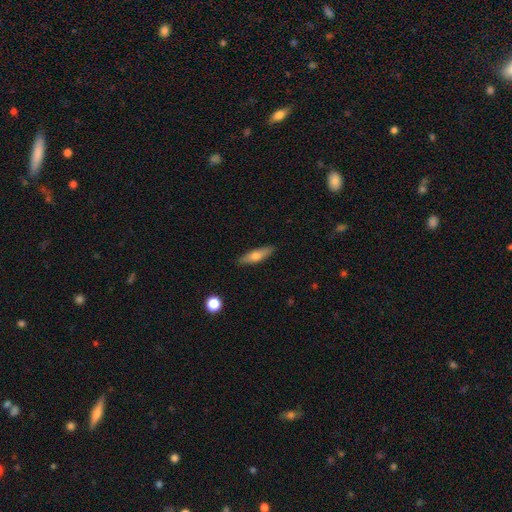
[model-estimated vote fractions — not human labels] smooth 62%, featured or disk 31%, star or artifact 7%. Down the decision tree: how rounded — cigar-shaped (68%); merging — none (88%).